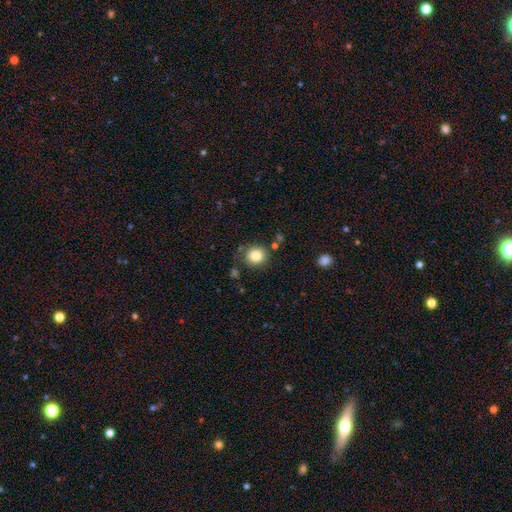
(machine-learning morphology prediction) This appears to be a smooth galaxy with no disk features (84%) that is round (83%). Merging: none (80%).